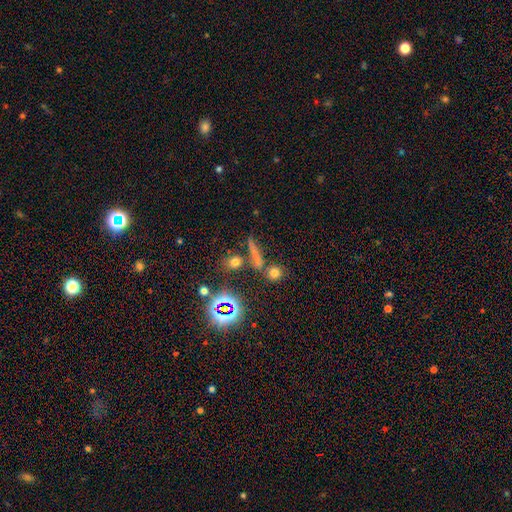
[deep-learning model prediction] smooth_or_featured: smooth (p=0.53) [alt: star or artifact p=0.29]
how_rounded: cigar-shaped (p=0.63) [alt: round p=0.23]
merging: none (p=0.72) [alt: merger p=0.12]